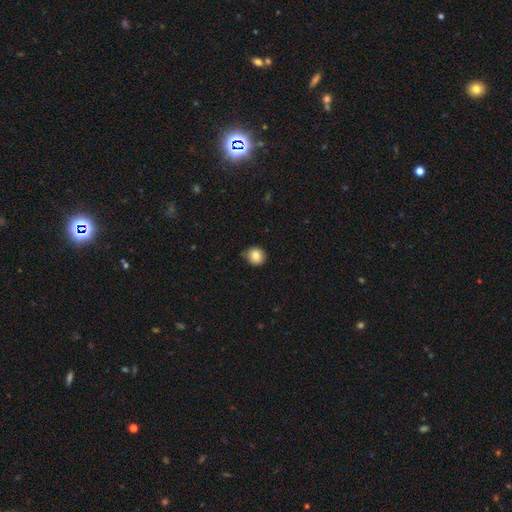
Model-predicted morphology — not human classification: smooth_or_featured: smooth (p=0.84) [alt: star or artifact p=0.09]
how_rounded: round (p=0.84) [alt: in between p=0.15]
merging: none (p=0.75) [alt: minor disturbance p=0.20]